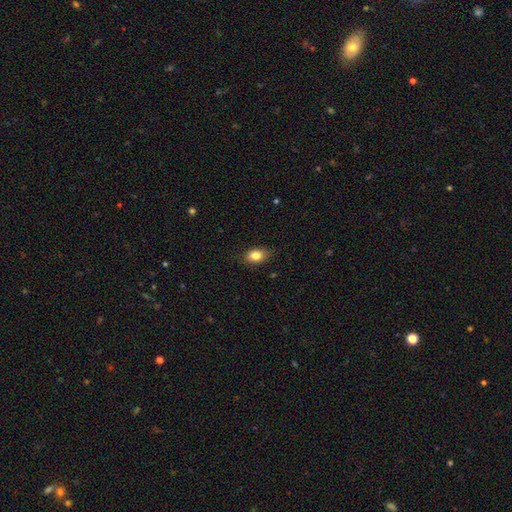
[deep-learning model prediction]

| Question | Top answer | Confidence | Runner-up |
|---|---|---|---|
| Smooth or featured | smooth | 83% | star or artifact (9%) |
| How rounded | in between | 81% | round (16%) |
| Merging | none | 82% | minor disturbance (14%) |